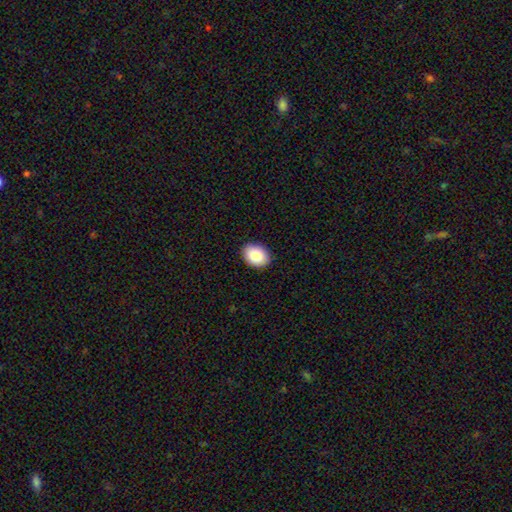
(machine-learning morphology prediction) This is clearly a smooth galaxy (88%). How rounded: likely in between (71%). Merging: clearly none (90%).